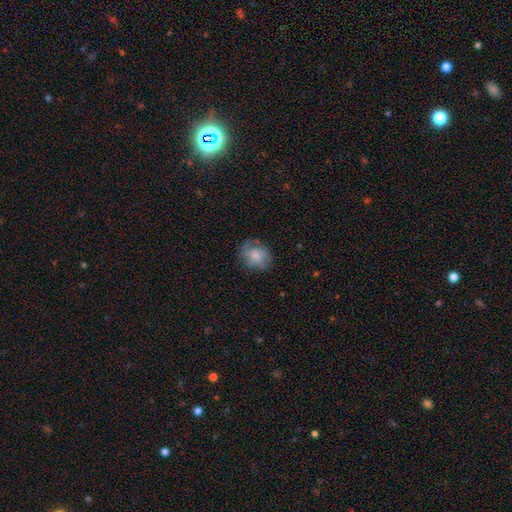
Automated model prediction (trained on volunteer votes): smooth_or_featured: smooth (p=0.54) [alt: featured or disk p=0.37]
how_rounded: round (p=0.61) [alt: in between p=0.38]
merging: none (p=0.60) [alt: minor disturbance p=0.23]